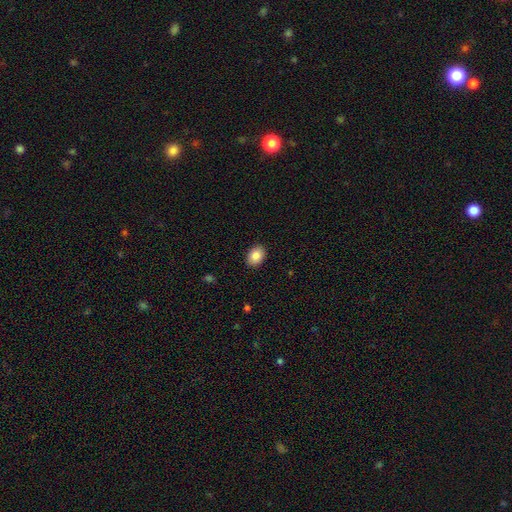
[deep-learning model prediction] smooth 86%, star or artifact 8%, featured or disk 7%. Down the decision tree: how rounded — in between (71%); merging — none (90%).